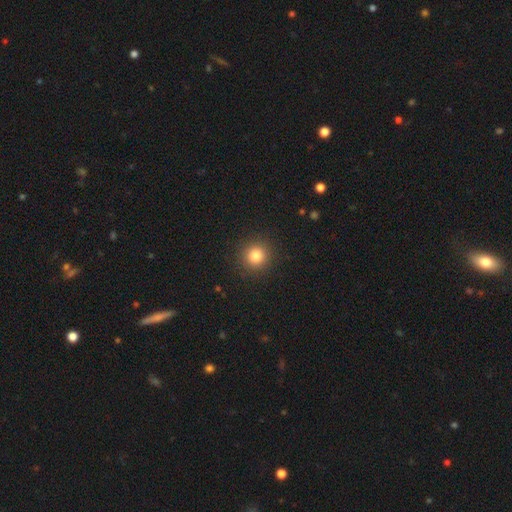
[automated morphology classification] Q: Smooth or featured?
A: smooth (83%); runner-up: star or artifact (12%)
Q: How rounded?
A: round (92%); runner-up: in between (7%)
Q: Merging?
A: none (91%); runner-up: minor disturbance (6%)